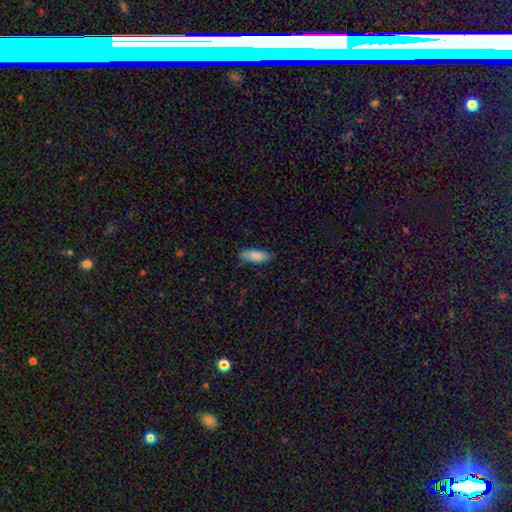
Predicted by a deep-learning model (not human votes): smooth-or-featured: smooth: 86% | featured or disk: 8% | star or artifact: 6%
  how-rounded: in between: 74% | cigar-shaped: 24% | round: 2%
  merging: none: 79% | minor disturbance: 17% | major disturbance: 3% | merger: 1%